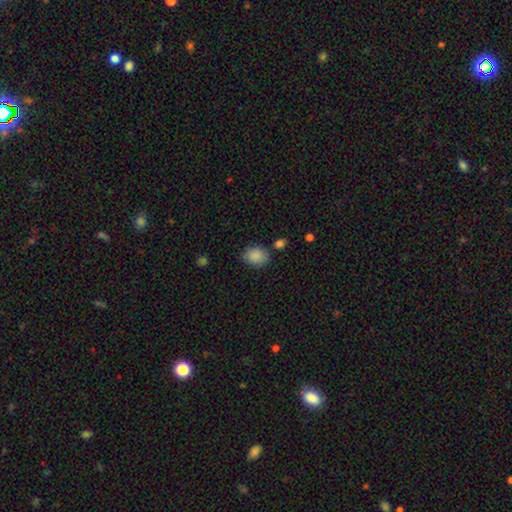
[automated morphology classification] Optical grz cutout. It shows a smooth galaxy with no disk features (87%) that is in between round and cigar-shaped (59%). Merging: none (76%).